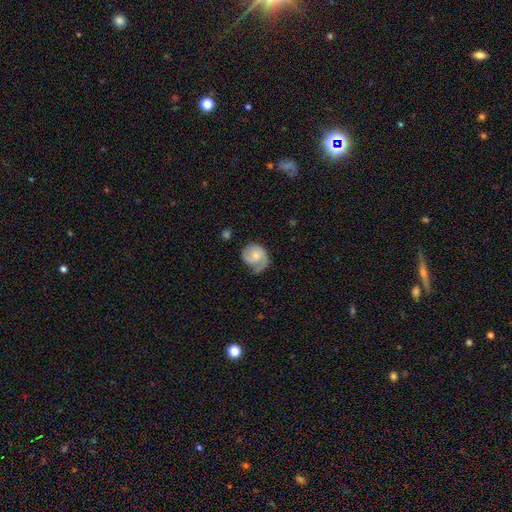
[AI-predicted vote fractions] Smooth or featured?
  - featured or disk: 61% *
  - smooth: 32%
  - star or artifact: 6%
Edge-on disk?
  - no: 98% *
  - yes: 2%
Bar?
  - no: 69% *
  - weak: 27%
  - strong: 4%
Spiral arms?
  - yes: 90% *
  - no: 10%
Spiral winding?
  - tight: 40% *
  - medium: 39%
  - loose: 21%
Spiral arm count?
  - 1: 45% *
  - 2: 41%
  - can't tell: 10%
  - 3: 3%
  - 4: 1%
  - more than 4: 1%
Bulge size?
  - small: 55% *
  - moderate: 35%
  - none: 7%
  - large: 2%
  - dominant: 1%
Merging?
  - none: 49% *
  - minor disturbance: 30%
  - major disturbance: 19%
  - merger: 2%